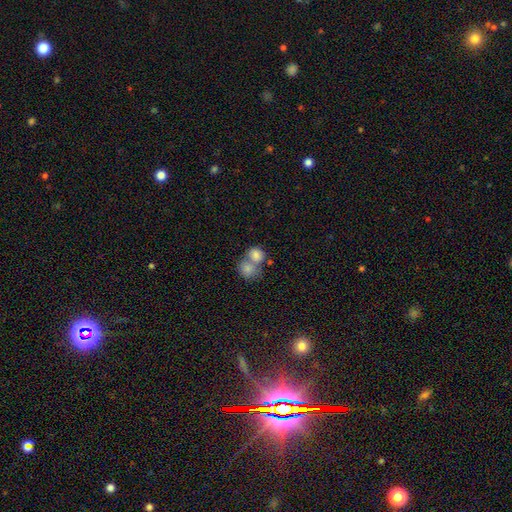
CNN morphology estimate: This is clearly a smooth galaxy (82%). How rounded: likely round (63%). Merging: likely merger (63%).